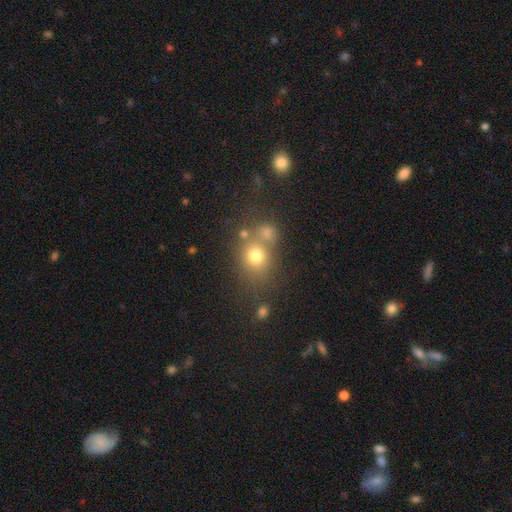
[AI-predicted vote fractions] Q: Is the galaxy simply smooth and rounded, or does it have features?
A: smooth — 71%.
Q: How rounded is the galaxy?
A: round — 71%.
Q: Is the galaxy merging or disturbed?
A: none — 55%.